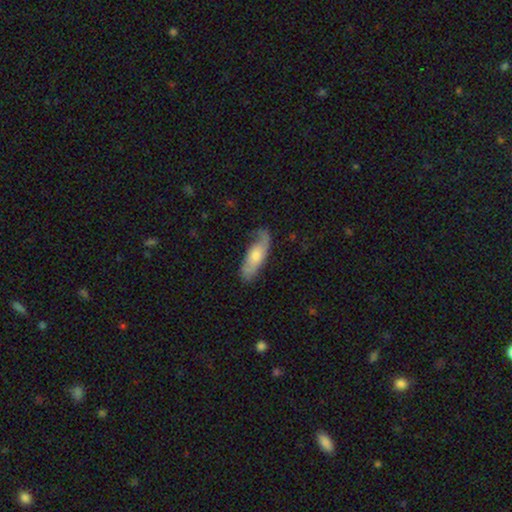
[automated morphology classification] Smooth or featured: smooth — 47% (tied with featured or disk — 47%)
Merging: none — 62% (minor disturbance — 25%)